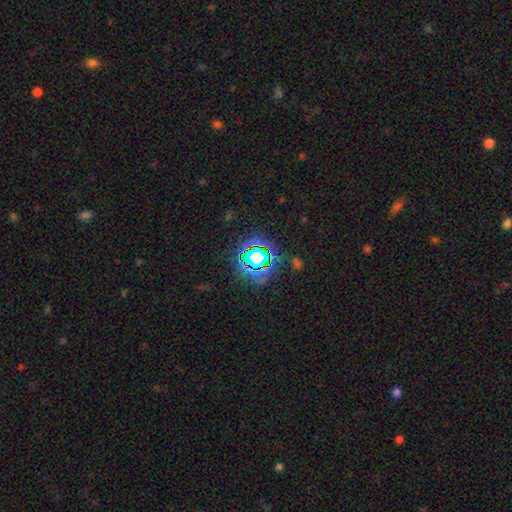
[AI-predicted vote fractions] Smooth or featured? Predicted: star or artifact (p=0.73).